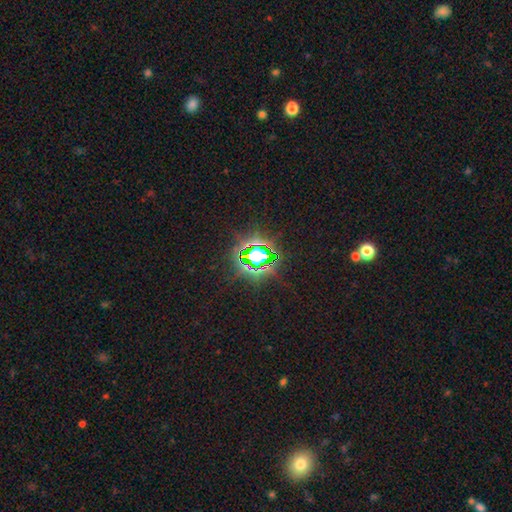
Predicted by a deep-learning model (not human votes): The model was most divided on "smooth or featured": star or artifact: 79%, smooth: 12%, featured or disk: 9%.